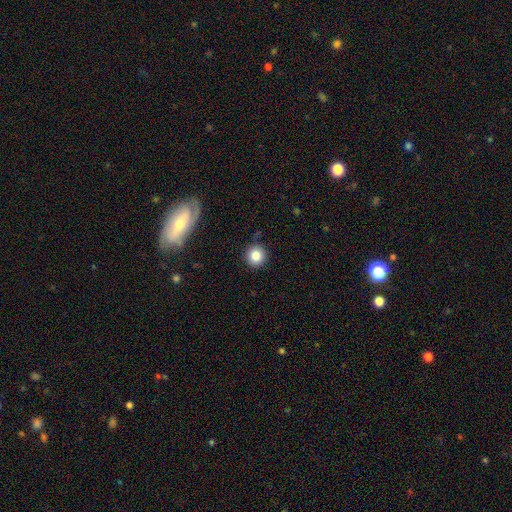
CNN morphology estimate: smooth 83%, star or artifact 11%, featured or disk 7%. Down the decision tree: how rounded — round (94%); merging — none (88%).